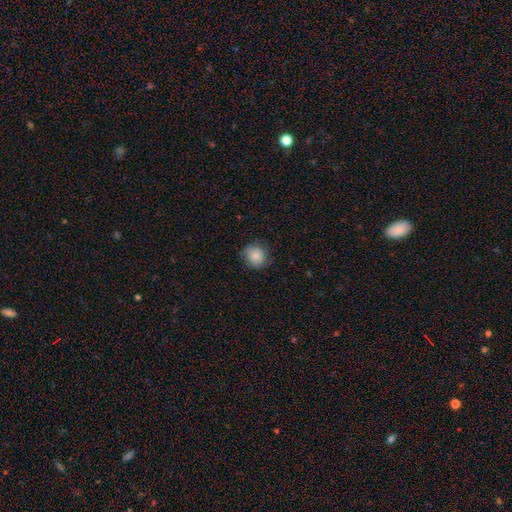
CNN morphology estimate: A smooth galaxy with no disk features (85%) that is round (79%).

Vote fractions:
- Smooth or featured? smooth: 85% / star or artifact: 9% / featured or disk: 7%
- How rounded? round: 79% / in between: 20% / cigar-shaped: 1%
- Merging? none: 79% / minor disturbance: 16% / major disturbance: 4% / merger: 1%